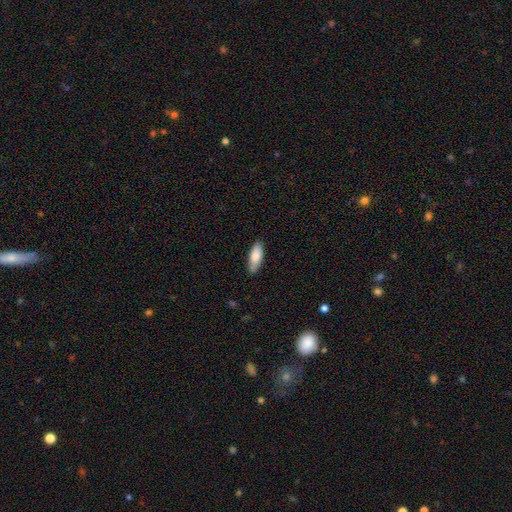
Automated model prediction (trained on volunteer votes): Smooth or featured: smooth — 82% (featured or disk — 12%)
How rounded: in between — 73% (cigar-shaped — 25%)
Merging: none — 84% (minor disturbance — 13%)